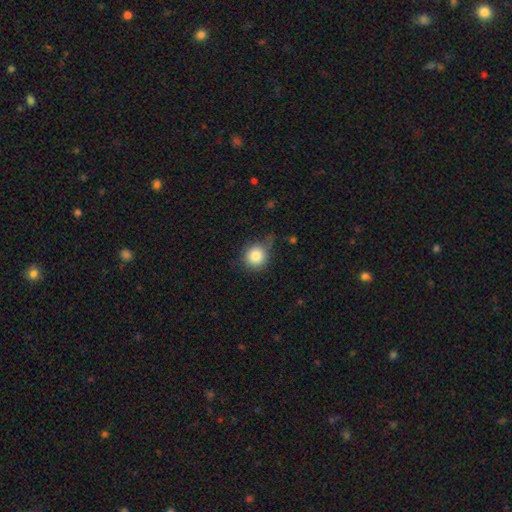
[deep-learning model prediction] Smooth or featured? Predicted: smooth (p=0.83). How rounded? Predicted: round (p=0.91). Merging? Predicted: none (p=0.60).